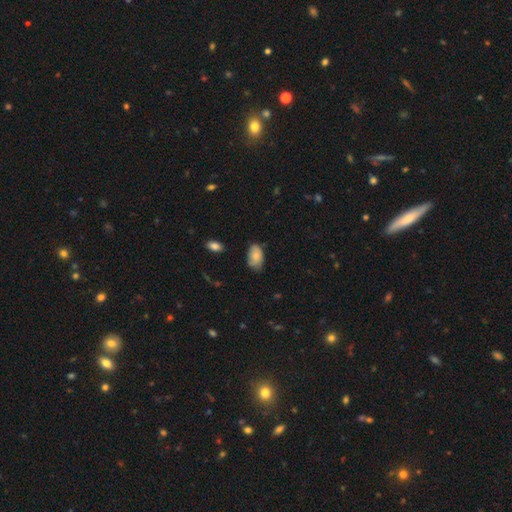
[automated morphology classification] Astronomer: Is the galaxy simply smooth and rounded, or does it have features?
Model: smooth — 82%.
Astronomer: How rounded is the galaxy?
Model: in between — 93%.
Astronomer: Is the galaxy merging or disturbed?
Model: none — 68%.